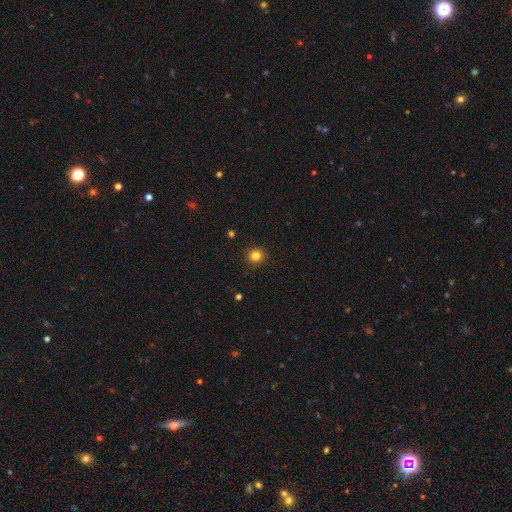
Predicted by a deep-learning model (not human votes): smooth-or-featured: smooth: 82% | star or artifact: 13% | featured or disk: 5%
  how-rounded: round: 92% | in between: 7% | cigar-shaped: 1%
  merging: none: 92% | minor disturbance: 5% | major disturbance: 2% | merger: 1%